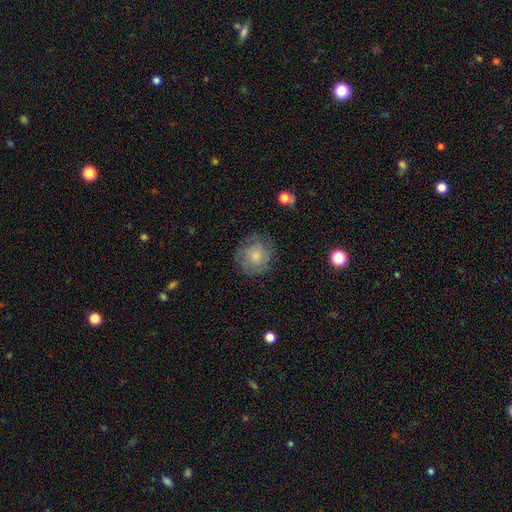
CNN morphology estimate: Smooth or featured? Predicted: smooth (p=0.71). How rounded? Predicted: round (p=0.87). Merging? Predicted: none (p=0.72).